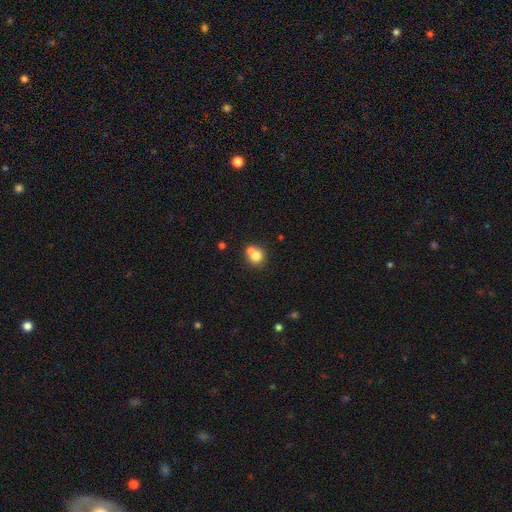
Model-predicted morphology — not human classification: Overall: smooth (75%). How rounded: round (83%). Merging: merger (49%; none 42%).